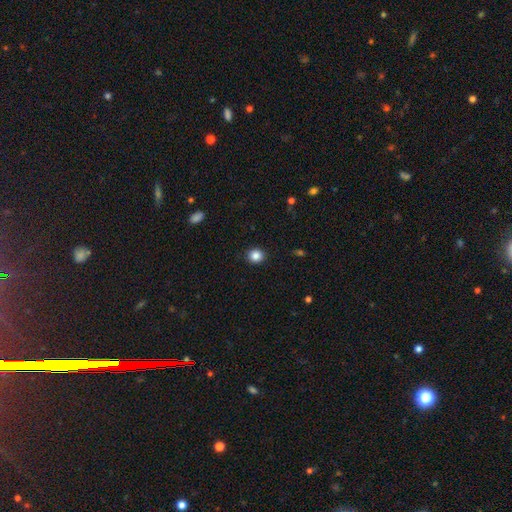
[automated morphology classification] A smooth galaxy with no disk features (86%) that is round (86%). Merging: none (91%).